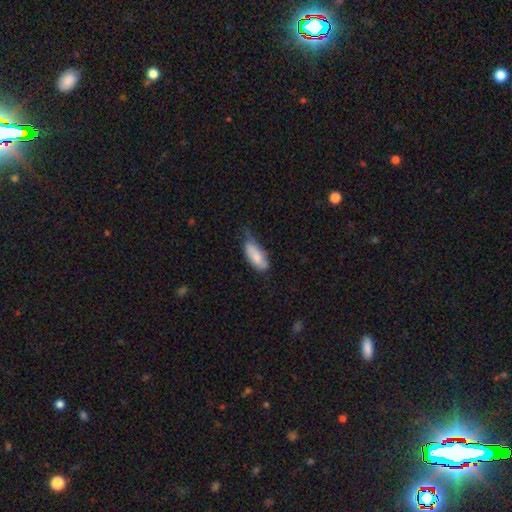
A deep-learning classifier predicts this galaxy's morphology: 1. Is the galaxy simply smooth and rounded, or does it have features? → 80% smooth, 14% featured or disk, 6% star or artifact.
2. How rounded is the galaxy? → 84% in between, 14% cigar-shaped, 2% round.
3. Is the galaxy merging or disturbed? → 49% minor disturbance, 30% none, 18% major disturbance, 3% merger.